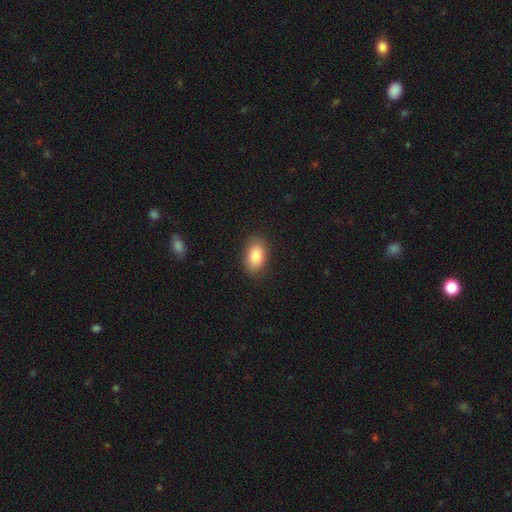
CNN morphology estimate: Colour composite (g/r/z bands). It shows a smooth galaxy with no disk features (86%) that is in between round and cigar-shaped (90%). Merging: none (87%).